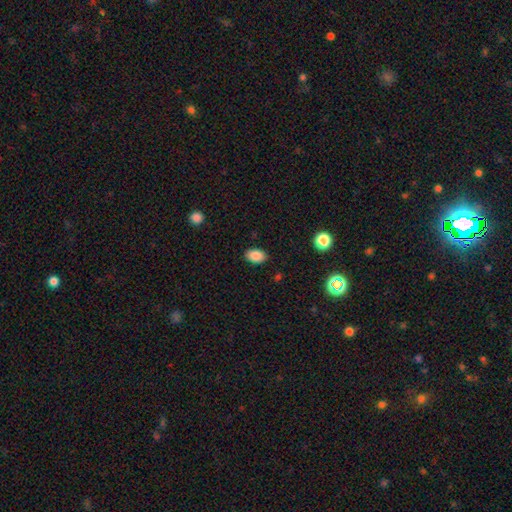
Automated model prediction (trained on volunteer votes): Smooth or featured? smooth (87%)
How rounded? in between (87%)
Merging? none (88%)